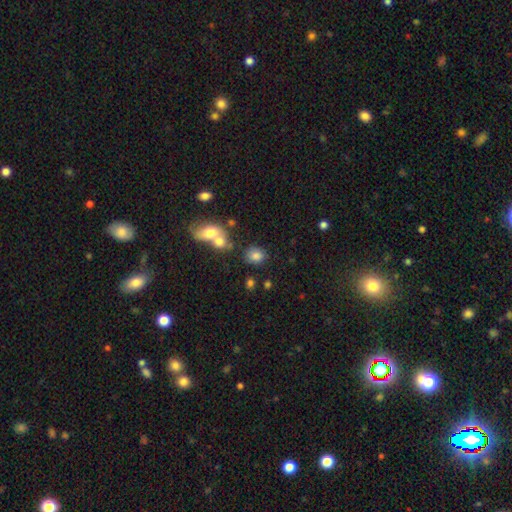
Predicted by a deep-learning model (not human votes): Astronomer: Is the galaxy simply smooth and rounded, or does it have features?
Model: smooth — 81%.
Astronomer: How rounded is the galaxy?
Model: round — 58% (runner-up: in between, 41%).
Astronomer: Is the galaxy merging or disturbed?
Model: none — 64%.